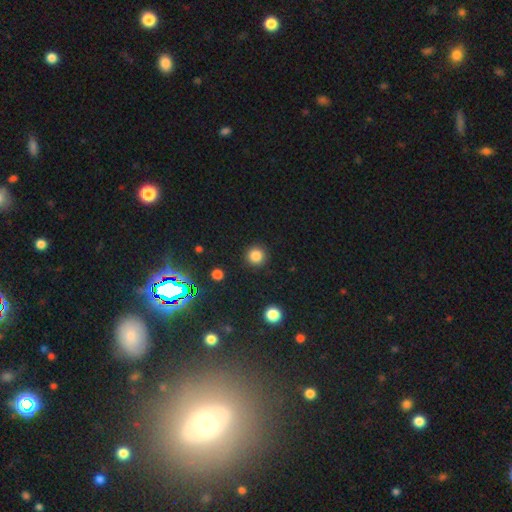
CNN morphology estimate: This appears to be a smooth galaxy with no disk features (82%) that is round (95%). Merging: none (91%).